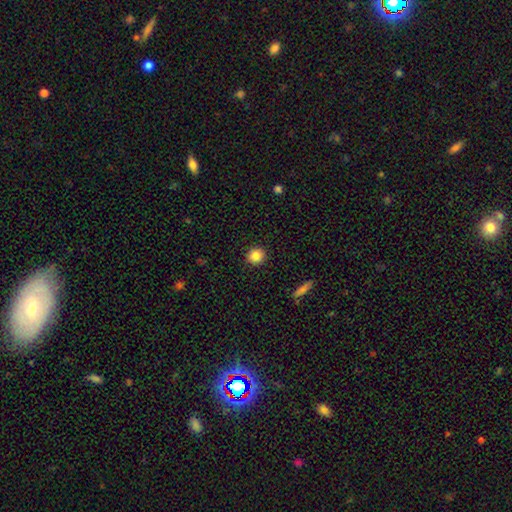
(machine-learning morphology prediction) smooth-or-featured: smooth: 85% | star or artifact: 10% | featured or disk: 6%
  how-rounded: round: 90% | in between: 9% | cigar-shaped: 1%
  merging: none: 92% | minor disturbance: 5% | major disturbance: 2% | merger: 1%